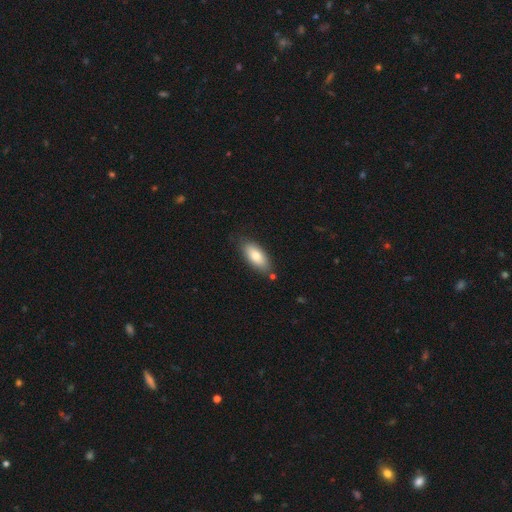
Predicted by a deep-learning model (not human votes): smooth_or_featured: smooth (p=0.79) [alt: featured or disk p=0.14]
how_rounded: in between (p=0.84) [alt: cigar-shaped p=0.14]
merging: none (p=0.80) [alt: minor disturbance p=0.14]